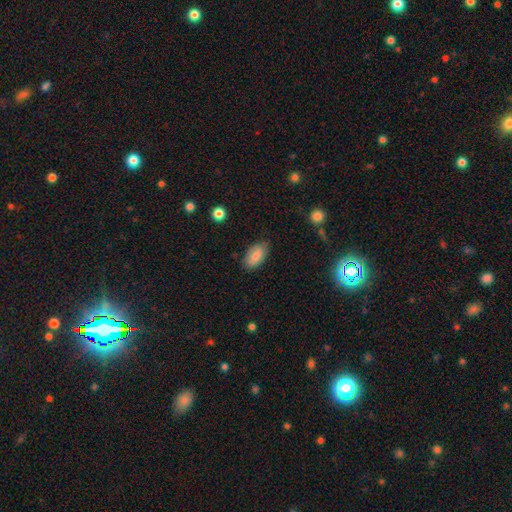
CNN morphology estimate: smooth_or_featured: smooth (p=0.83) [alt: featured or disk p=0.10]
how_rounded: in between (p=0.94) [alt: round p=0.03]
merging: none (p=0.78) [alt: minor disturbance p=0.18]